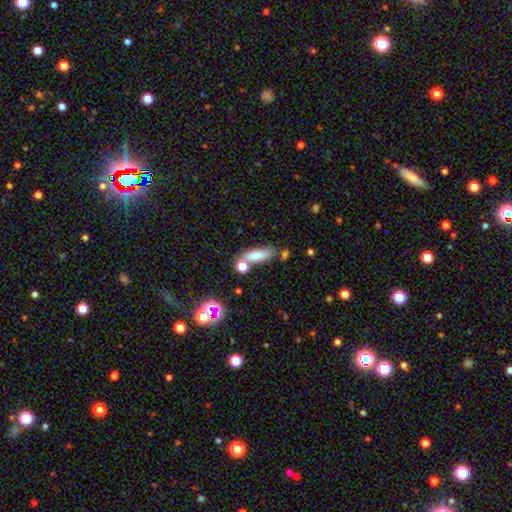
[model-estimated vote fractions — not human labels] Smooth or featured? smooth (73%)
How rounded? in between (48%)
Merging? none (60%)